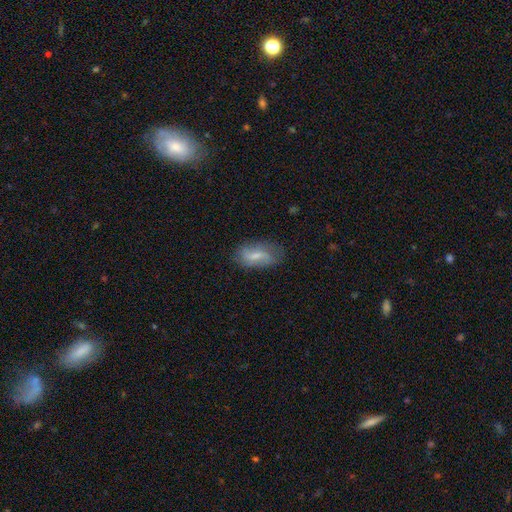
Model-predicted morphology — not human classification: type=smooth (48%); merging=none (66%).